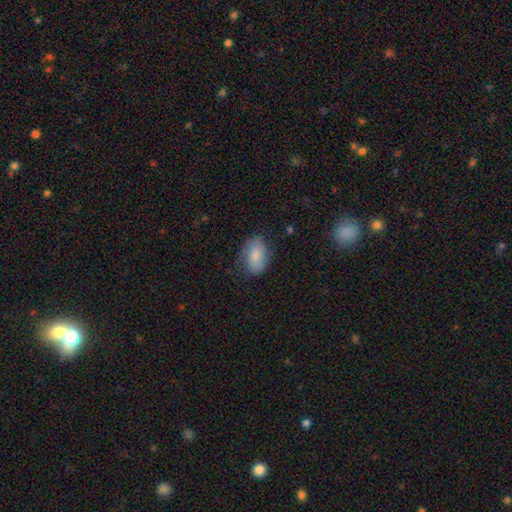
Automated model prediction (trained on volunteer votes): The model was most divided on "merging": none: 68%, minor disturbance: 23%, major disturbance: 8%, merger: 1%. More confident: how rounded — in between (87%); smooth or featured — smooth (75%).